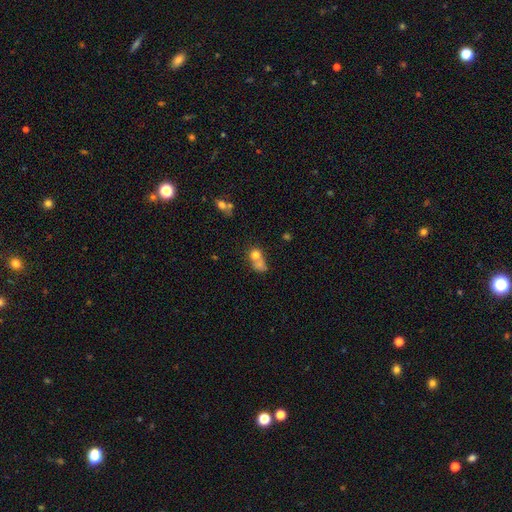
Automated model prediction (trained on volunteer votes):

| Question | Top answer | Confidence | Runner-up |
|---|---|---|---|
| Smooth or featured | smooth | 71% | featured or disk (17%) |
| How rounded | round | 67% | in between (32%) |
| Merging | merger | 57% | none (26%) |